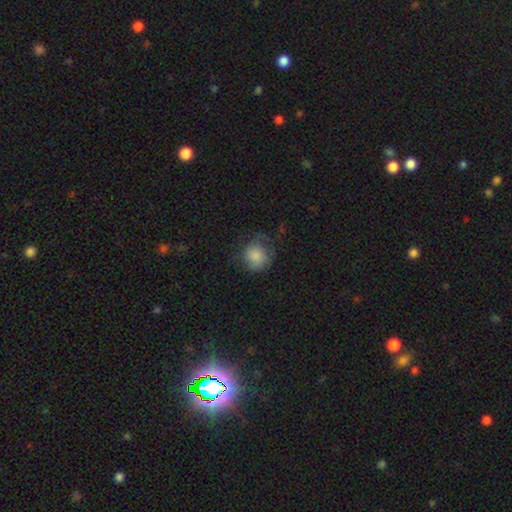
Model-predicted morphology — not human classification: Overall: smooth (76%). How rounded: round (83%). Merging: none (58%; minor disturbance 25%).